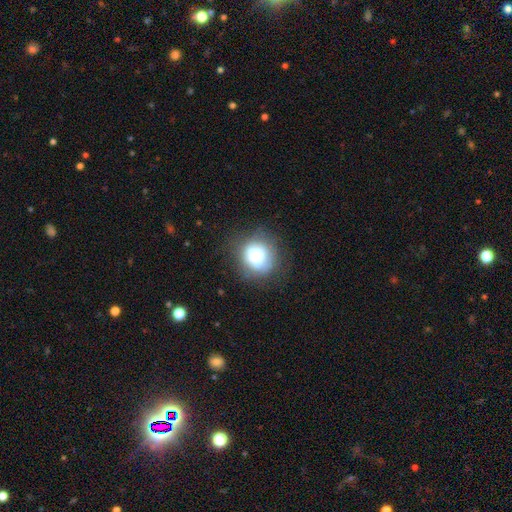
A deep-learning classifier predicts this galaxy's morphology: A smooth galaxy with no disk features (66%) that is round (87%). Merging: none (72%).